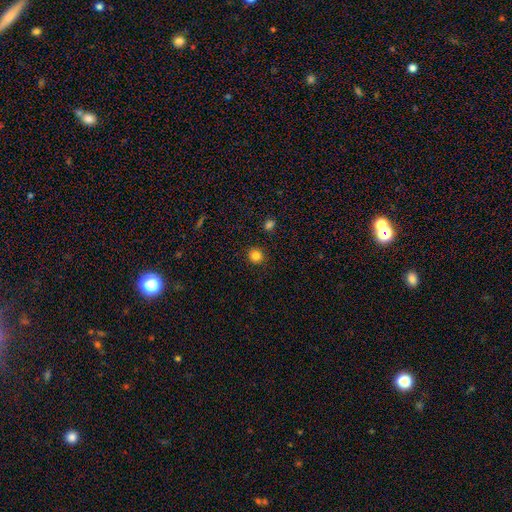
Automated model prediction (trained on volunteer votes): Smooth or featured?
  - smooth: 84% *
  - star or artifact: 12%
  - featured or disk: 4%
How rounded?
  - round: 90% *
  - in between: 9%
  - cigar-shaped: 1%
Merging?
  - none: 91% *
  - minor disturbance: 6%
  - major disturbance: 2%
  - merger: 2%